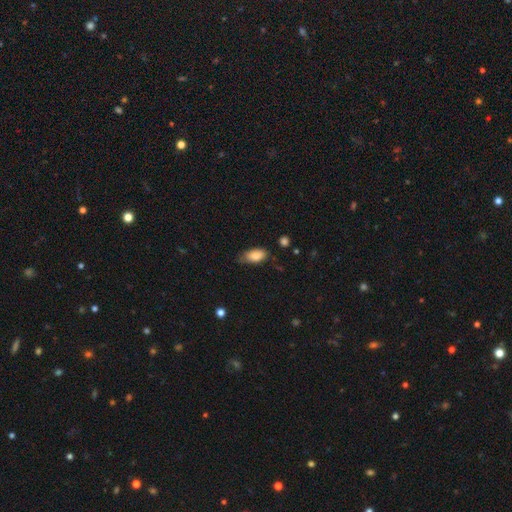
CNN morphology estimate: Overall: smooth (86%). How rounded: in between (91%). Merging: none (60%; minor disturbance 32%).